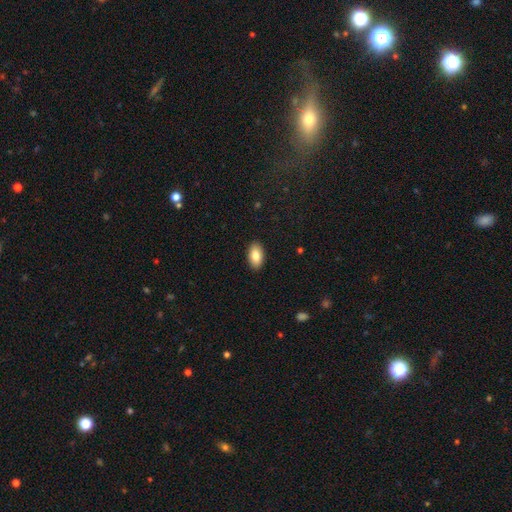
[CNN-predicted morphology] The model was most divided on "smooth or featured": smooth: 84%, featured or disk: 9%, star or artifact: 7%. More confident: how rounded — in between (94%); merging — none (90%).